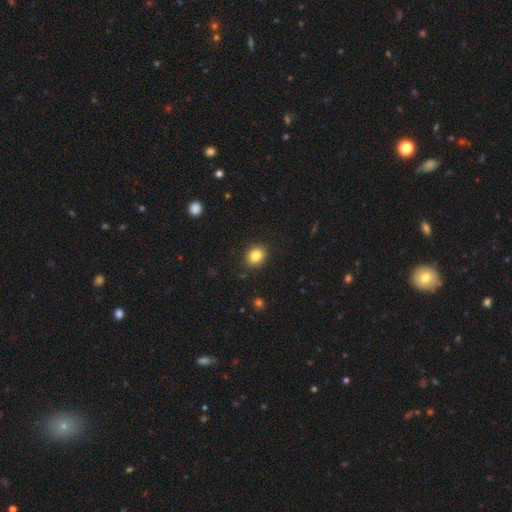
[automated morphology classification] This is clearly a smooth galaxy (84%). How rounded: possibly round (56%). Merging: clearly none (89%).